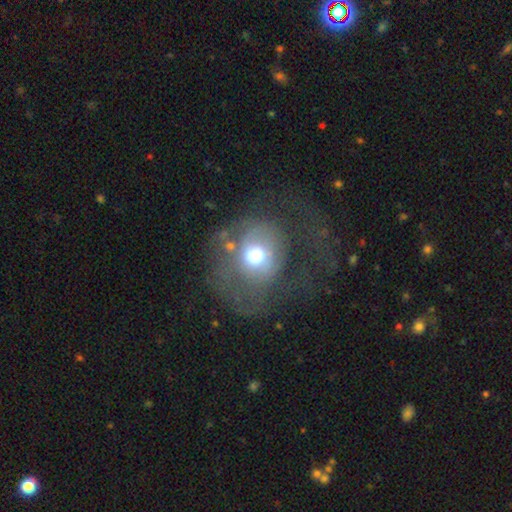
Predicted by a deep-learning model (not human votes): A smooth galaxy with no disk features (47%). Merging: major disturbance (47%).